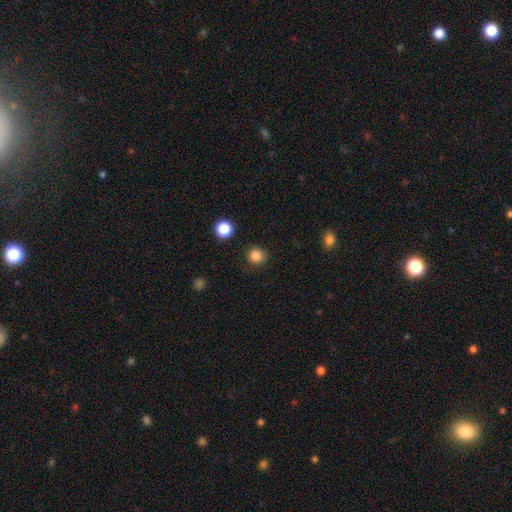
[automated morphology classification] This appears to be a smooth galaxy with no disk features (85%) that is round (90%). Merging: none (89%).